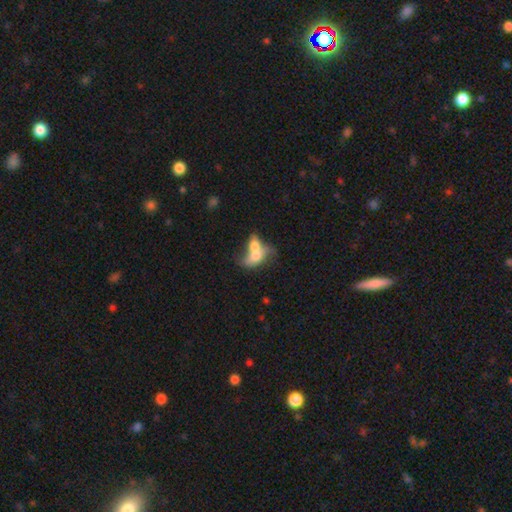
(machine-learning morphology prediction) The model was most divided on "smooth or featured": smooth: 60%, featured or disk: 31%, star or artifact: 9%. More confident: how rounded — in between (77%); merging — merger (75%).